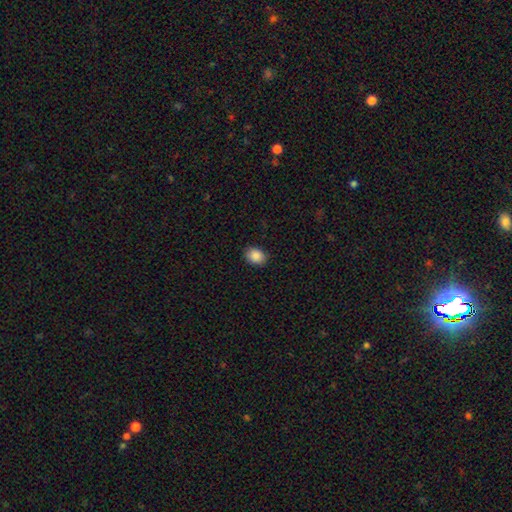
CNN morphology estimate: Overall: smooth (88%). How rounded: in between (61%; round 38%). Merging: none (89%).